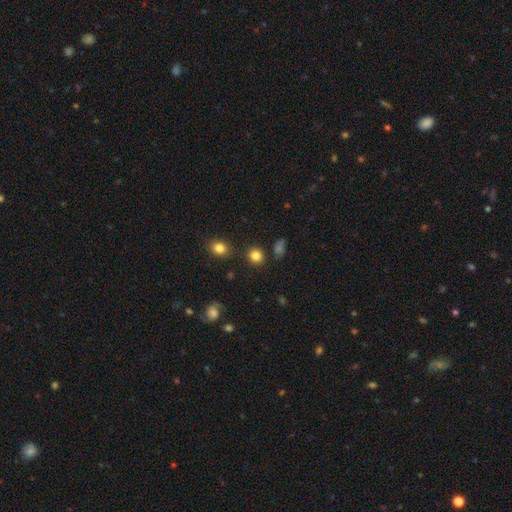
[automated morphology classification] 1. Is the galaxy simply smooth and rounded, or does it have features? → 83% smooth, 12% star or artifact, 4% featured or disk.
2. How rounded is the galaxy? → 86% round, 13% in between, 1% cigar-shaped.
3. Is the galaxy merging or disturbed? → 85% none, 8% minor disturbance, 4% merger, 3% major disturbance.